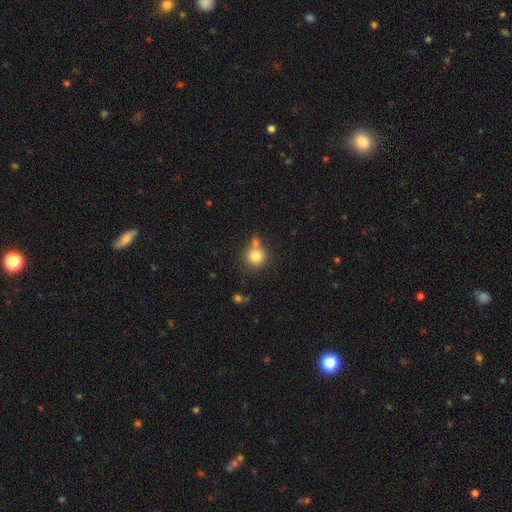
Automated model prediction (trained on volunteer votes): Smooth or featured? smooth (80%)
How rounded? round (90%)
Merging? none (59%)